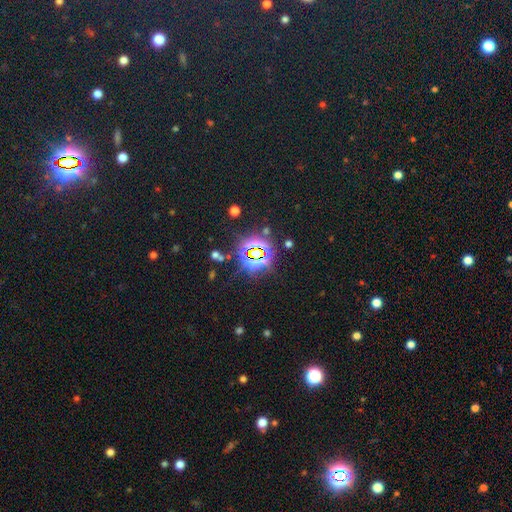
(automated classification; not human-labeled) smooth-or-featured: star or artifact: 78% | smooth: 13% | featured or disk: 8%